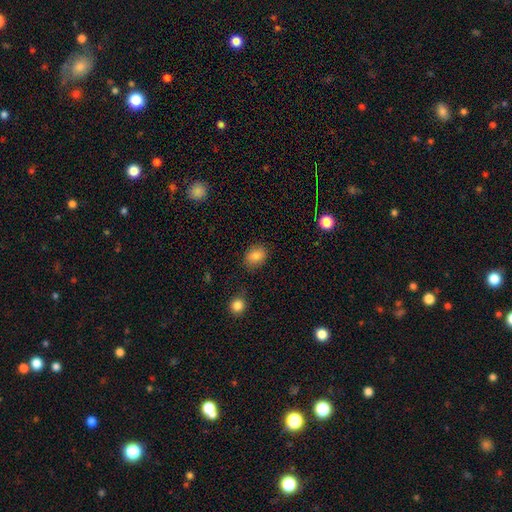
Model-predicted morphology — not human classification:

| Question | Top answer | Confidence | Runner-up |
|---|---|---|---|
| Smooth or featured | smooth | 85% | star or artifact (9%) |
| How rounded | in between | 68% | round (31%) |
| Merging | none | 81% | minor disturbance (13%) |